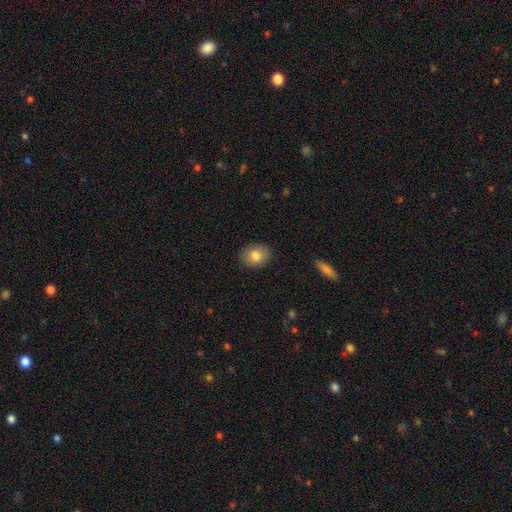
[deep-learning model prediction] Morphology: type=smooth (81%); roundness=in between (58%); merging=none (88%).